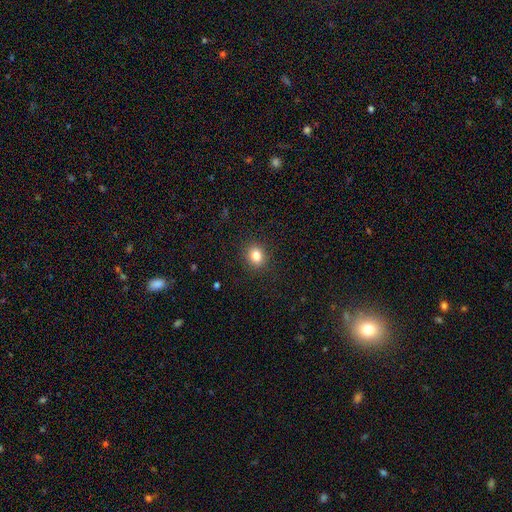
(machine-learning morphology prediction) Smooth or featured? Predicted: smooth (p=0.82). How rounded? Predicted: round (p=0.68). Merging? Predicted: none (p=0.90).